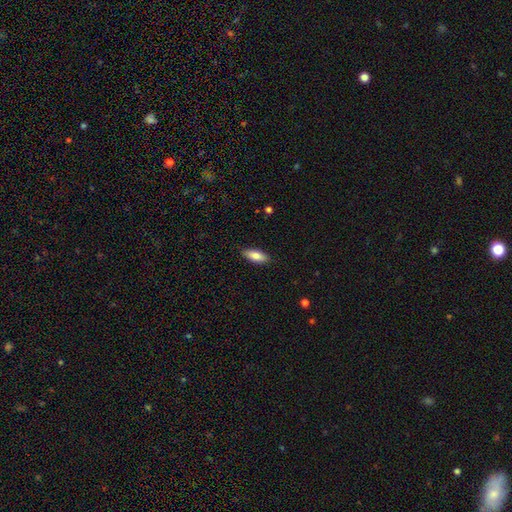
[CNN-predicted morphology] A smooth galaxy with no disk features (81%) that is in between round and cigar-shaped (77%).

Vote fractions:
- Smooth or featured? smooth: 81% / featured or disk: 13% / star or artifact: 6%
- How rounded? in between: 77% / cigar-shaped: 21% / round: 2%
- Merging? none: 88% / minor disturbance: 9% / major disturbance: 2% / merger: 1%